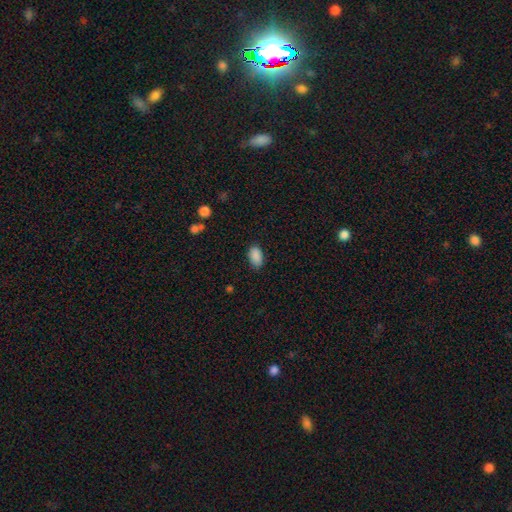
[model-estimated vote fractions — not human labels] Smooth or featured? smooth (89%)
How rounded? in between (92%)
Merging? none (83%)